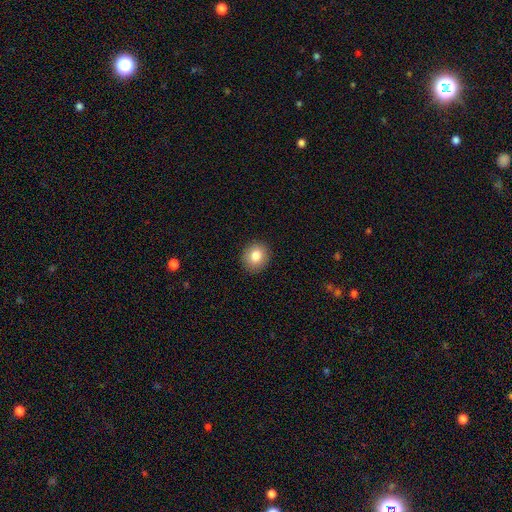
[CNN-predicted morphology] This is clearly a smooth galaxy (82%). How rounded: likely round (77%). Merging: clearly none (91%).